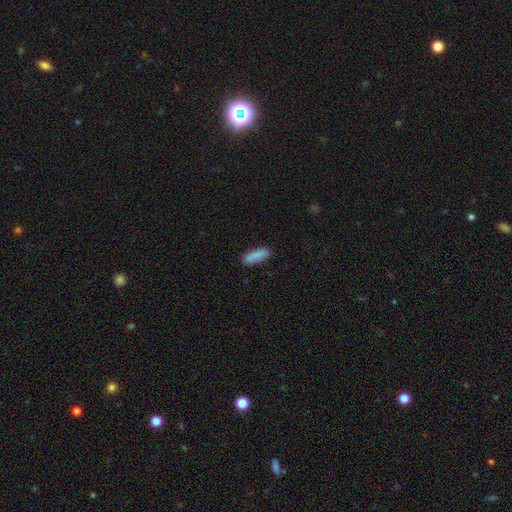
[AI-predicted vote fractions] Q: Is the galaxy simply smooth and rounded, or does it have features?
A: smooth — 85%.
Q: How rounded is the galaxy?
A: in between — 51%.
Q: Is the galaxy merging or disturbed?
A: none — 83%.